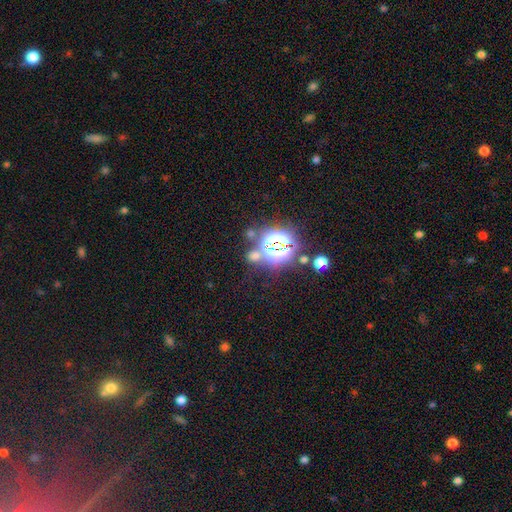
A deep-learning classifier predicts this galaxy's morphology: Smooth or featured? star or artifact (55%)